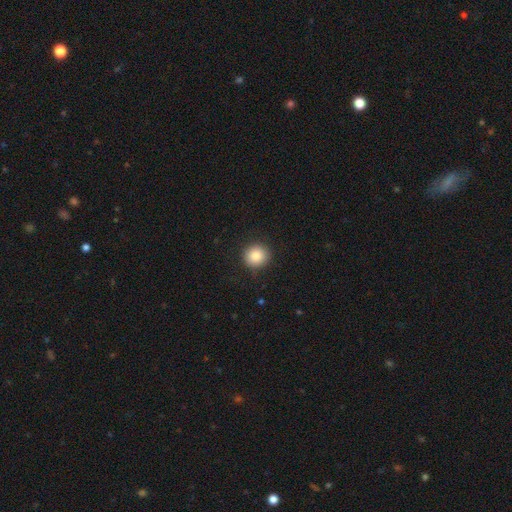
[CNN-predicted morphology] type=smooth (86%); roundness=round (91%); merging=none (89%).